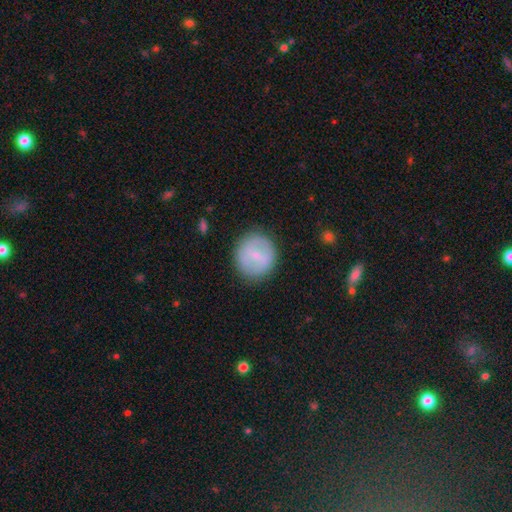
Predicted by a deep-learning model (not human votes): The model was most divided on "smooth or featured": smooth: 58%, featured or disk: 35%, star or artifact: 7%. More confident: how rounded — round (88%); merging — none (86%).